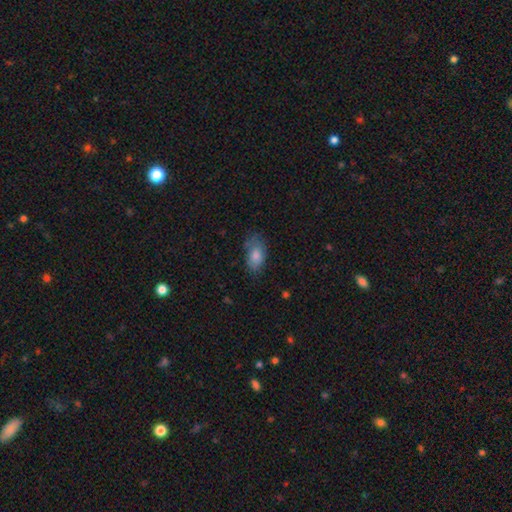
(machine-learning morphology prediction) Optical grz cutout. It shows a smooth galaxy with no disk features (74%) that is in between round and cigar-shaped (89%). Merging: none (66%).